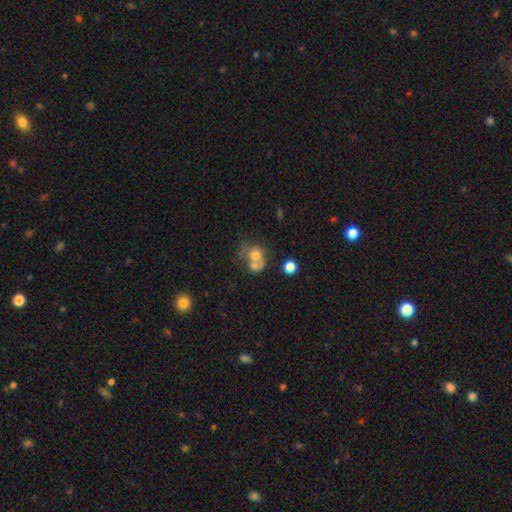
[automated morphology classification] smooth_or_featured: smooth (p=0.64) [alt: featured or disk p=0.24]
how_rounded: round (p=0.66) [alt: in between p=0.33]
merging: merger (p=0.58) [alt: none p=0.23]